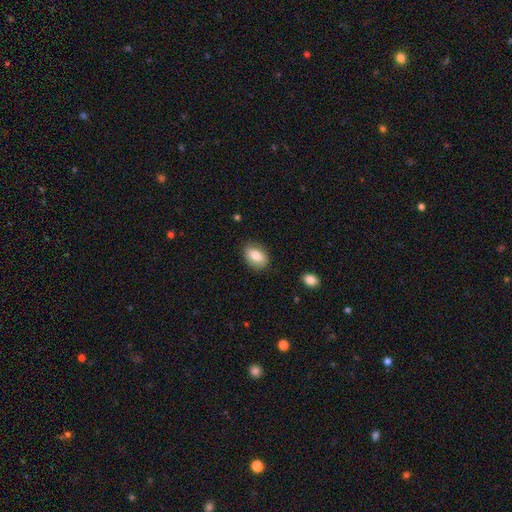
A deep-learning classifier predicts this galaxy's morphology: Smooth or featured? Predicted: smooth (p=0.80). How rounded? Predicted: in between (p=0.85). Merging? Predicted: none (p=0.83).